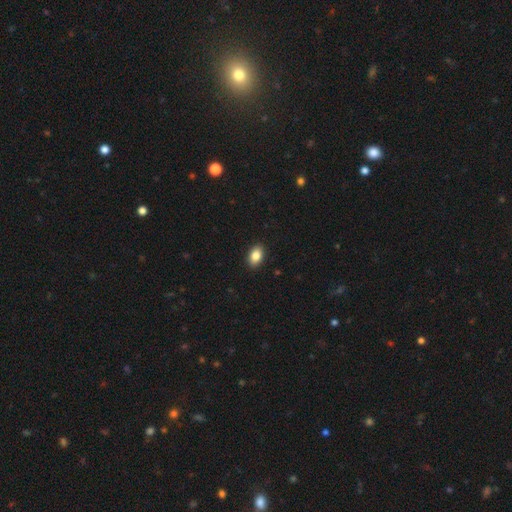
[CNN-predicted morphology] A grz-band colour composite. It shows a smooth galaxy with no disk features (86%) that is in between round and cigar-shaped (88%). Merging: none (91%).